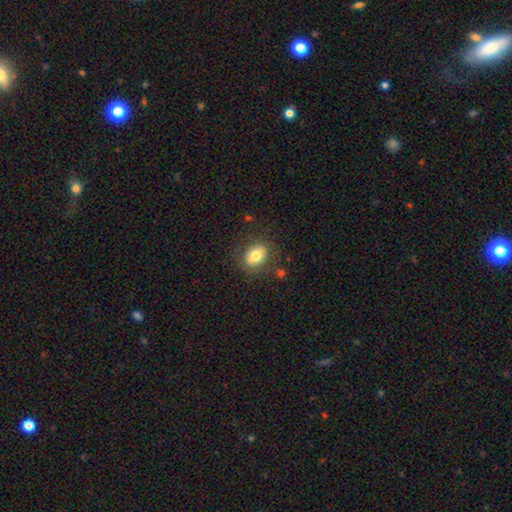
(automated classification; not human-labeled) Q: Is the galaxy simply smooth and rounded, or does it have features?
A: smooth — 77%.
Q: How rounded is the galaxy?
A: in between — 63%.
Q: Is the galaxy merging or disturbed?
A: none — 81%.